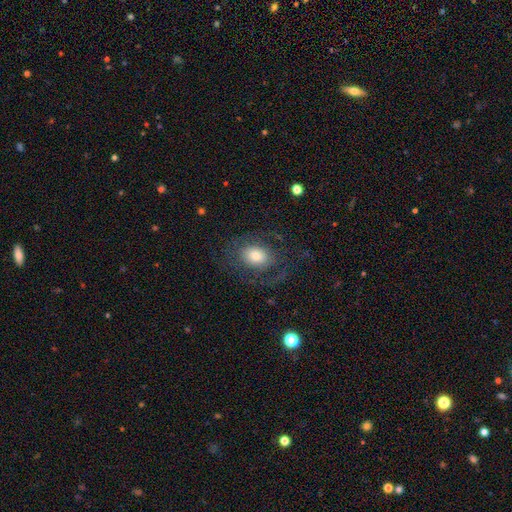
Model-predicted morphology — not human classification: type=smooth (50%); merging=none (63%).